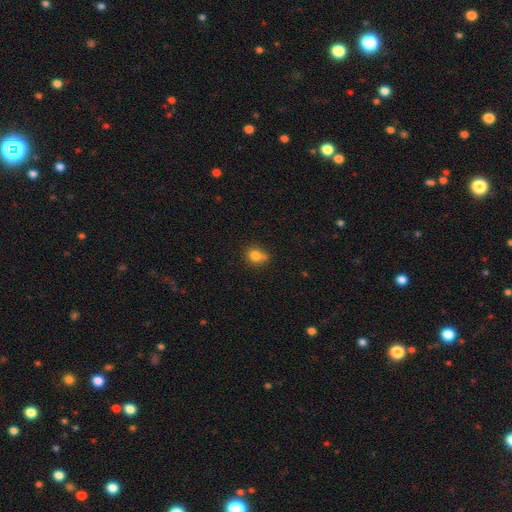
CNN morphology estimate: Overall: smooth (79%). How rounded: round (65%; in between 34%). Merging: none (53%; minor disturbance 23%).